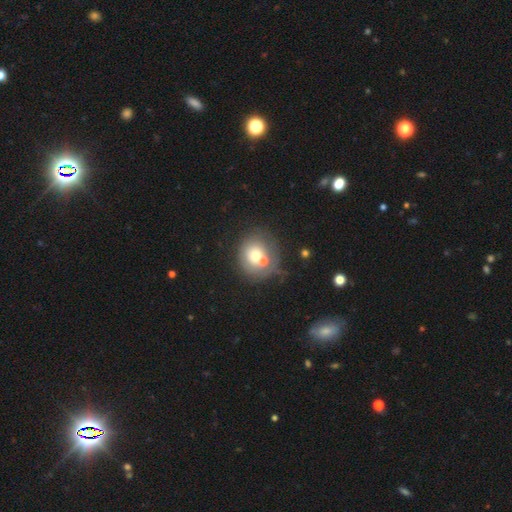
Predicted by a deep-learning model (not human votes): Smooth or featured? smooth (63%)
How rounded? round (83%)
Merging? none (44%)